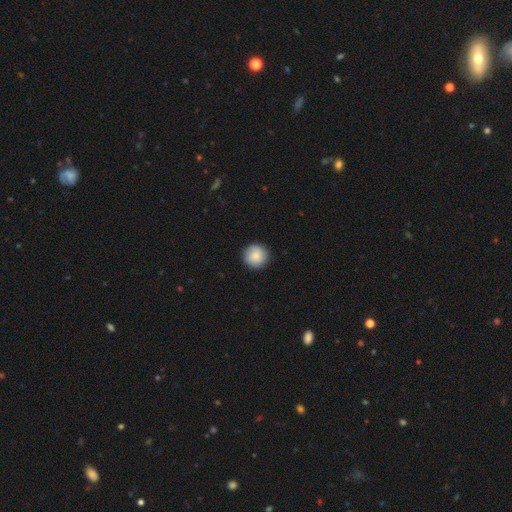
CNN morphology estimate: Smooth or featured? Predicted: smooth (p=0.86). How rounded? Predicted: round (p=0.96). Merging? Predicted: none (p=0.91).